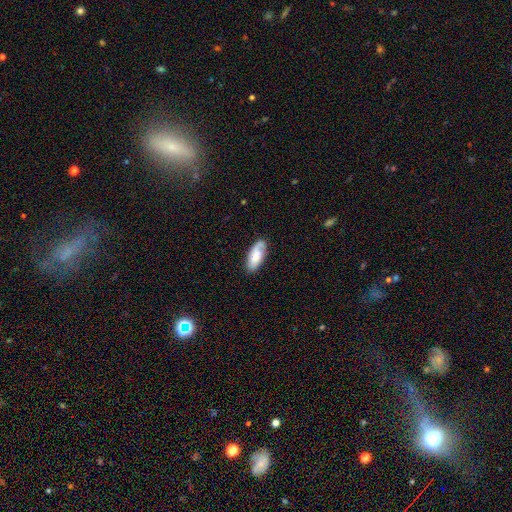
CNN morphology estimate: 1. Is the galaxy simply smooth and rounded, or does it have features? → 66% smooth, 27% featured or disk, 7% star or artifact.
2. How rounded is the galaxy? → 85% in between, 13% cigar-shaped, 2% round.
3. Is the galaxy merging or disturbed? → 73% none, 20% minor disturbance, 5% major disturbance, 2% merger.